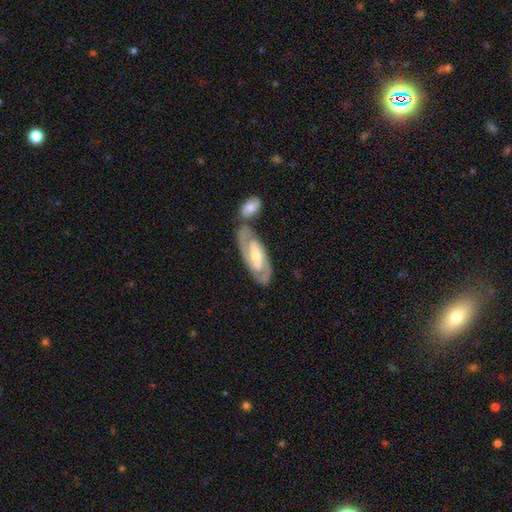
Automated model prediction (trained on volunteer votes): A featured or disk galaxy (82%) with a weak bar (39%), 2 (85%) tight (49%) spiral arms (92%) and a moderate central bulge (61%).

Vote fractions:
- Smooth or featured? featured or disk: 82% / smooth: 14% / star or artifact: 4%
- Edge-on disk? no: 92% / yes: 8%
- Bar? weak: 39% / strong: 36% / no: 26%
- Spiral arms? yes: 92% / no: 8%
- Spiral winding? tight: 49% / medium: 41% / loose: 10%
- Spiral arm count? 2: 85% / can't tell: 9% / 3: 3% / 1: 2% / 4: 1% / more than 4: 1%
- Bulge size? moderate: 61% / small: 32% / large: 5% / none: 1% / dominant: 1%
- Merging? none: 68% / merger: 16% / minor disturbance: 12% / major disturbance: 4%